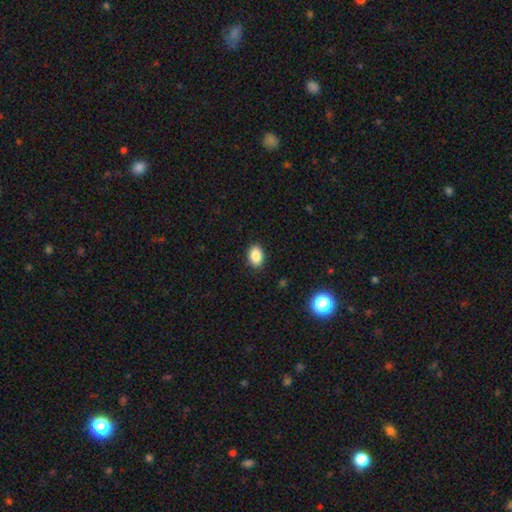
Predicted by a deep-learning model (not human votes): A smooth galaxy with no disk features (88%) that is in between round and cigar-shaped (84%).

Vote fractions:
- Smooth or featured? smooth: 88% / star or artifact: 8% / featured or disk: 4%
- How rounded? in between: 84% / round: 15% / cigar-shaped: 1%
- Merging? none: 89% / minor disturbance: 8% / major disturbance: 2% / merger: 1%